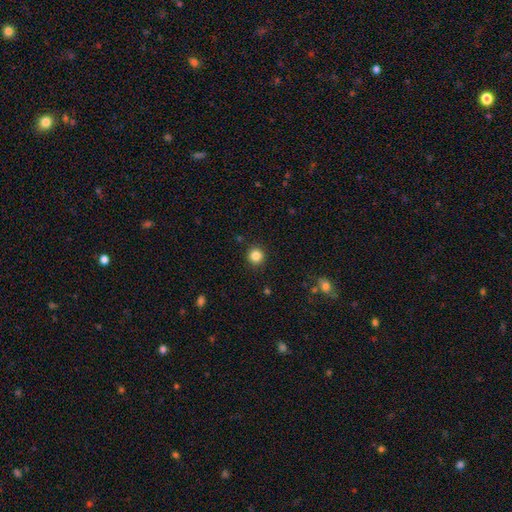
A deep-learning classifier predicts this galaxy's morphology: smooth 85%, star or artifact 11%, featured or disk 4%. Down the decision tree: how rounded — round (94%); merging — none (91%).